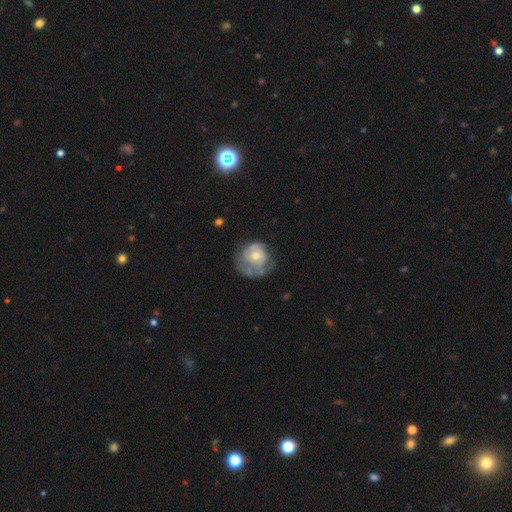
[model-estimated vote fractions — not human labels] smooth-or-featured: featured or disk: 50% | smooth: 43% | star or artifact: 7%
  merging: none: 40% | minor disturbance: 29% | major disturbance: 27% | merger: 4%